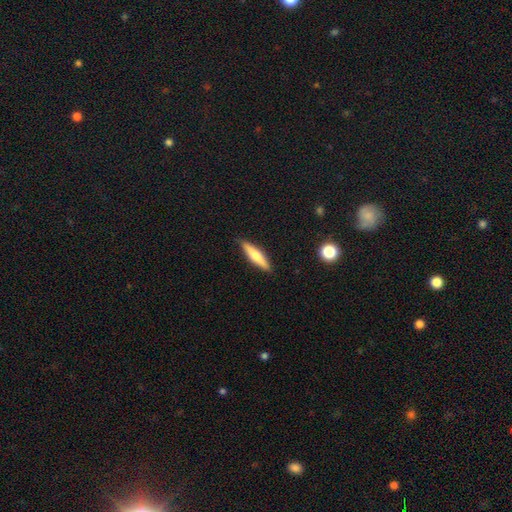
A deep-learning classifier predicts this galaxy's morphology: smooth 55%, featured or disk 39%, star or artifact 6%. Down the decision tree: how rounded — cigar-shaped (84%); merging — none (89%).